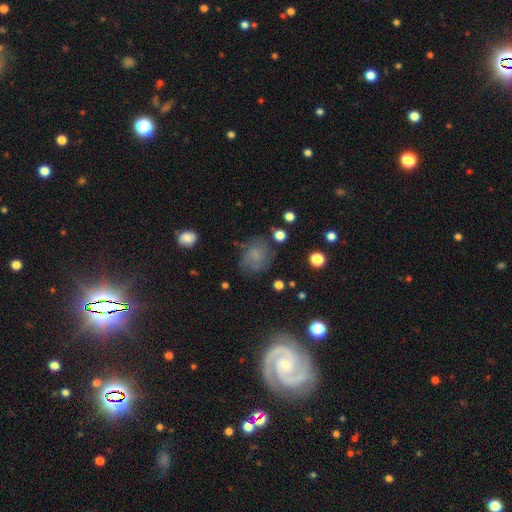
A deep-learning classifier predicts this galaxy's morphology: Smooth or featured?
  - smooth: 52% *
  - featured or disk: 31%
  - star or artifact: 17%
How rounded?
  - round: 64% *
  - in between: 35%
  - cigar-shaped: 1%
Merging?
  - none: 69% *
  - minor disturbance: 19%
  - major disturbance: 9%
  - merger: 3%